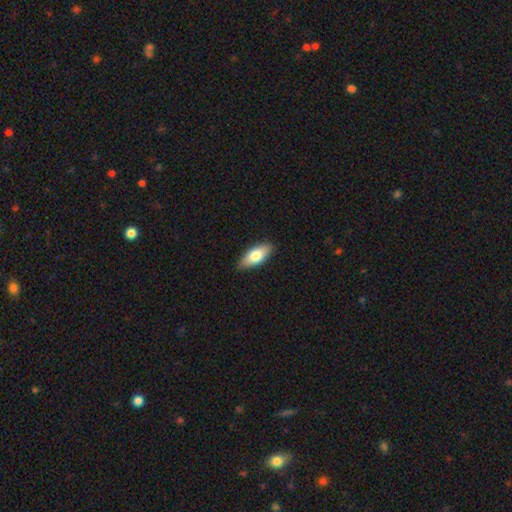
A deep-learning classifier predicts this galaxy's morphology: This is likely a smooth galaxy (76%). How rounded: clearly in between (82%). Merging: clearly none (88%).